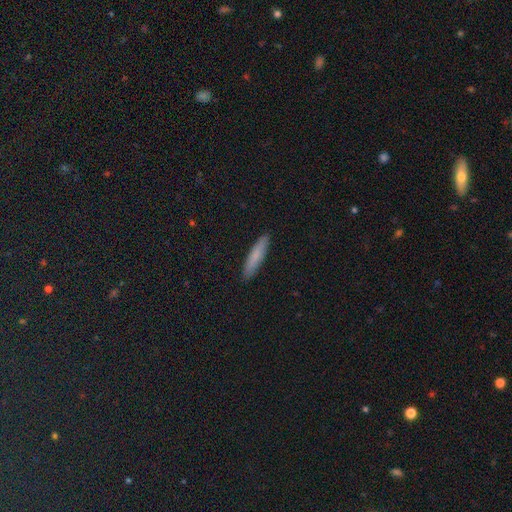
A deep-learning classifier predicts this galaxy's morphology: This appears to be a smooth galaxy with no disk features (80%) that is cigar-shaped (88%). Merging: none (91%).